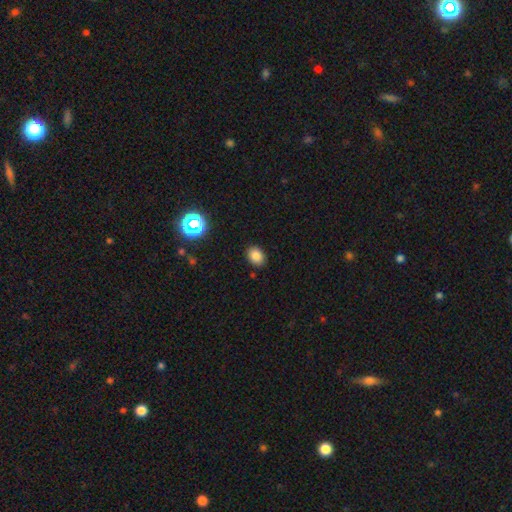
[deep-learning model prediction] Smooth or featured: smooth — 82% (star or artifact — 12%)
How rounded: in between — 65% (round — 34%)
Merging: none — 88% (minor disturbance — 9%)